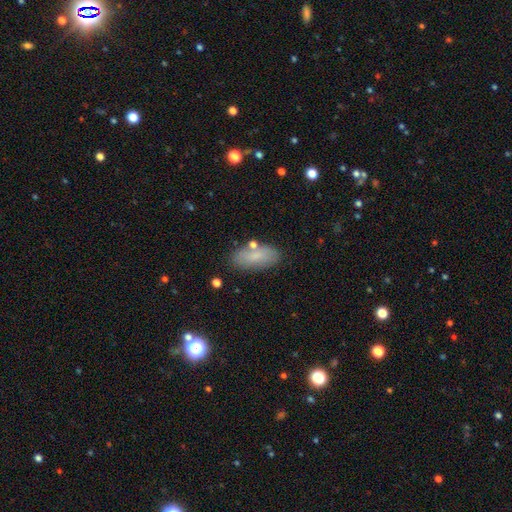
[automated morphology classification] This appears to be a smooth galaxy with no disk features (76%) that is in between round and cigar-shaped (84%). Merging: none (78%).